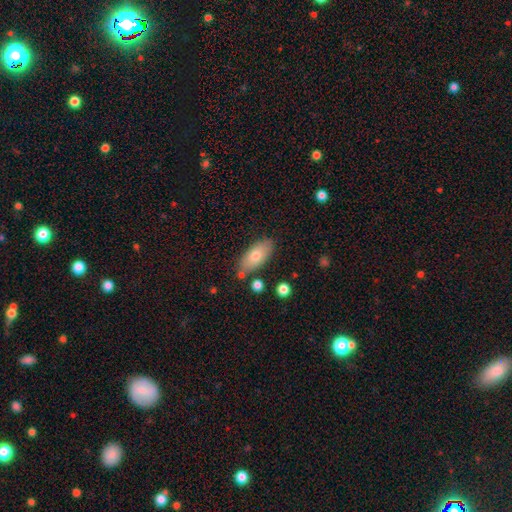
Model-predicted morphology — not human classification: Overall: smooth (74%). How rounded: in between (88%). Merging: none (80%).